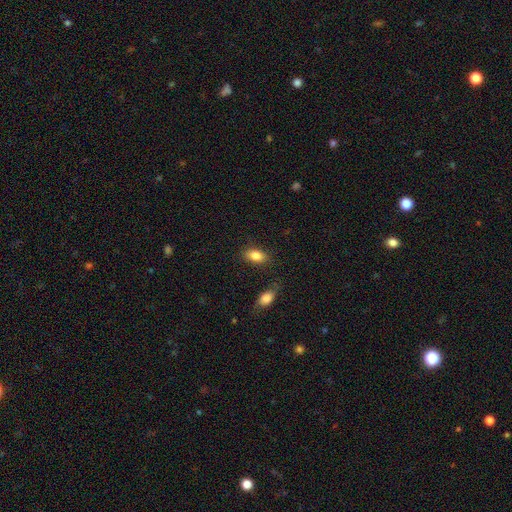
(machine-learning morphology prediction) Smooth or featured?
  - smooth: 84% *
  - featured or disk: 8%
  - star or artifact: 8%
How rounded?
  - in between: 88% *
  - round: 8%
  - cigar-shaped: 4%
Merging?
  - none: 81% *
  - minor disturbance: 12%
  - merger: 4%
  - major disturbance: 3%